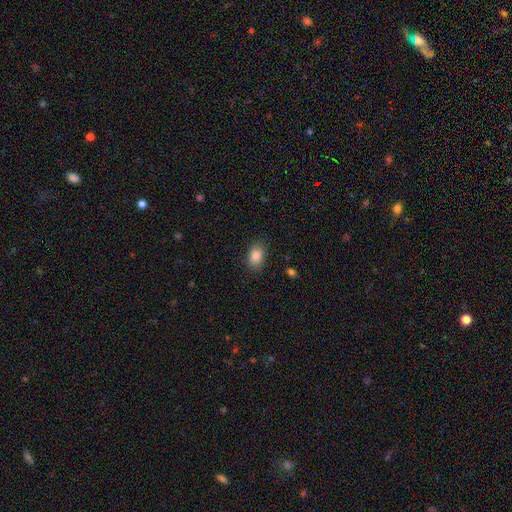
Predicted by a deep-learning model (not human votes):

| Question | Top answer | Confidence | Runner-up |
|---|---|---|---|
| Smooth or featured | smooth | 86% | star or artifact (8%) |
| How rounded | in between | 82% | round (17%) |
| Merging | none | 84% | minor disturbance (12%) |